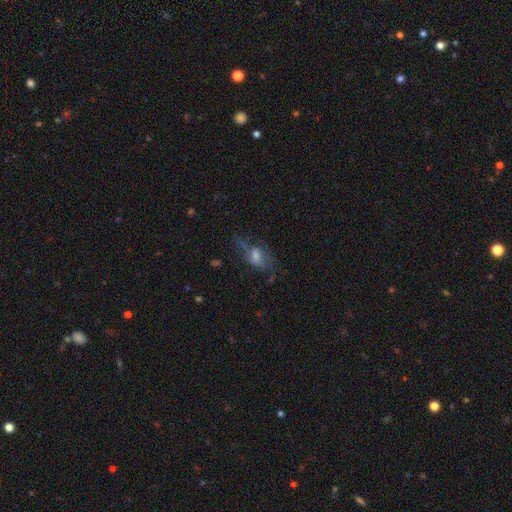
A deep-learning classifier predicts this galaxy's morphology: This appears to be a featured or disk galaxy (50%). Merging: none (47%).